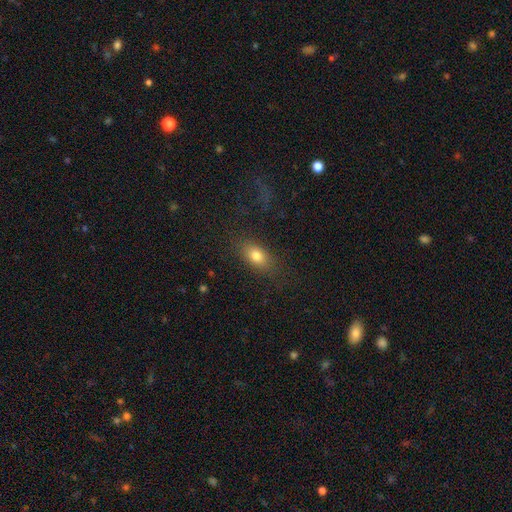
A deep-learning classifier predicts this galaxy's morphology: A smooth galaxy with no disk features (78%) that is in between round and cigar-shaped (81%).

Vote fractions:
- Smooth or featured? smooth: 78% / featured or disk: 11% / star or artifact: 10%
- How rounded? in between: 81% / round: 13% / cigar-shaped: 6%
- Merging? none: 81% / minor disturbance: 11% / major disturbance: 7% / merger: 2%